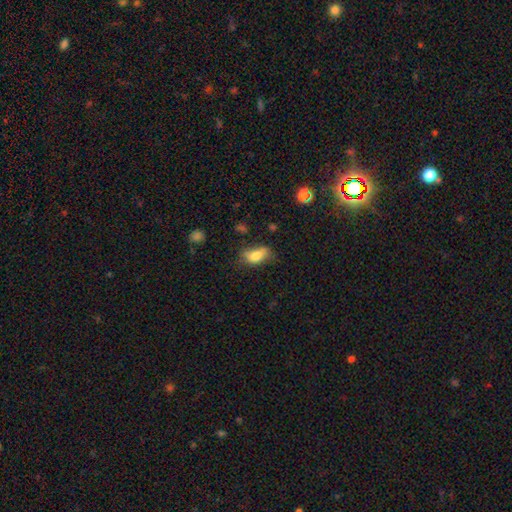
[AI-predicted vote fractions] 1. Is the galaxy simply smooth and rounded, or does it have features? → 75% smooth, 15% featured or disk, 9% star or artifact.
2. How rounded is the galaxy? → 86% in between, 9% round, 5% cigar-shaped.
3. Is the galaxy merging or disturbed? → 49% none, 32% minor disturbance, 14% major disturbance, 5% merger.